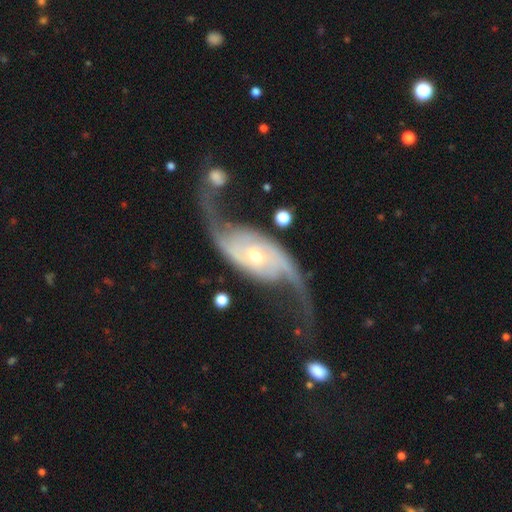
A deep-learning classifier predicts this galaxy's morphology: Overall: featured or disk (91%). Edge-on disk: no (96%). Bar: no (54%; weak 30%). Spiral arms: yes (97%). Spiral arm count: 2 (93%). Spiral winding: loose (77%). Bulge size: moderate (56%; small 37%). Merging: none (55%; major disturbance 17%).